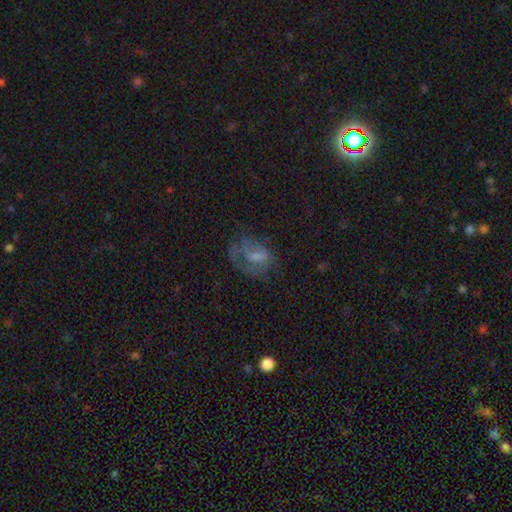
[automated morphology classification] type=featured or disk (43%, tied with smooth); merging=none (41%).